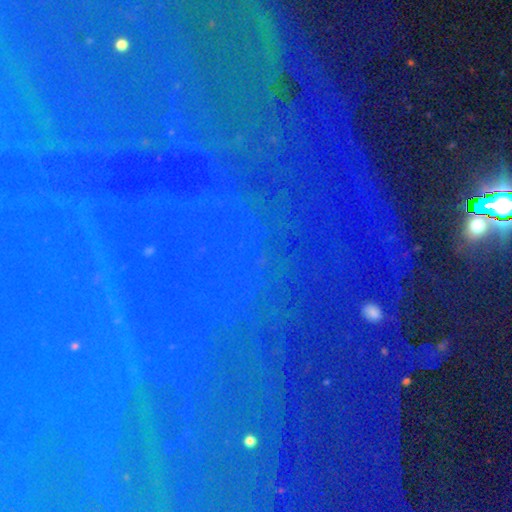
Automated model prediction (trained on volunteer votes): star or artifact 81%, smooth 10%, featured or disk 9%.